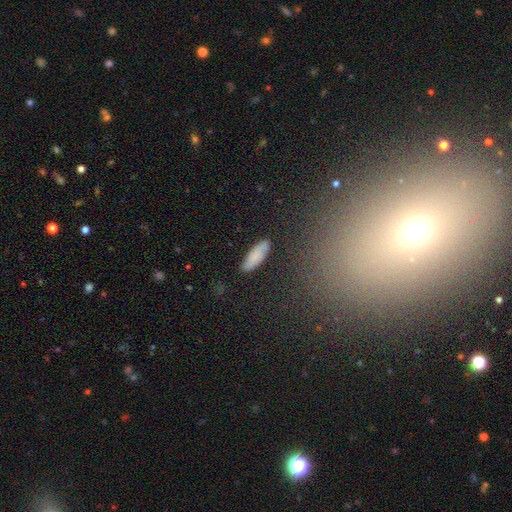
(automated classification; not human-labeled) Smooth or featured? Predicted: smooth (p=0.71). How rounded? Predicted: in between (p=0.52). Merging? Predicted: none (p=0.81).